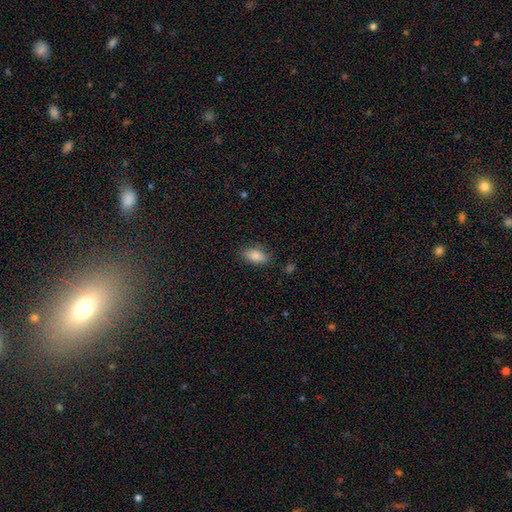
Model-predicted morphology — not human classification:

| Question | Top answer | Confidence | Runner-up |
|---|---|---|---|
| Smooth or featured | smooth | 85% | star or artifact (8%) |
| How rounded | in between | 89% | cigar-shaped (7%) |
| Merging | none | 83% | minor disturbance (12%) |